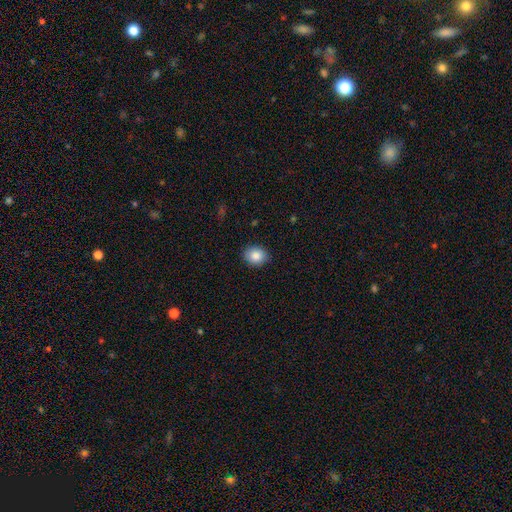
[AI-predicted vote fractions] Smooth or featured? smooth (86%)
How rounded? round (57%)
Merging? none (87%)